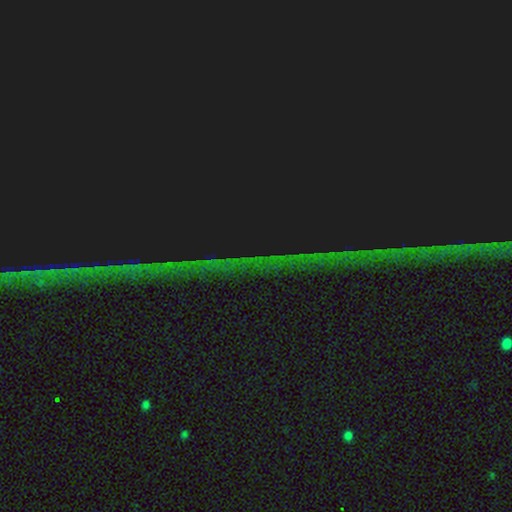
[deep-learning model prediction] Smooth or featured?
  - star or artifact: 84% *
  - featured or disk: 8%
  - smooth: 7%